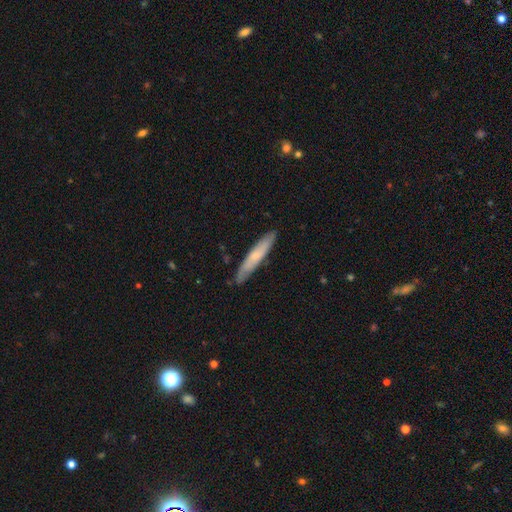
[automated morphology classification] Smooth or featured? smooth (60%)
How rounded? cigar-shaped (91%)
Merging? none (86%)